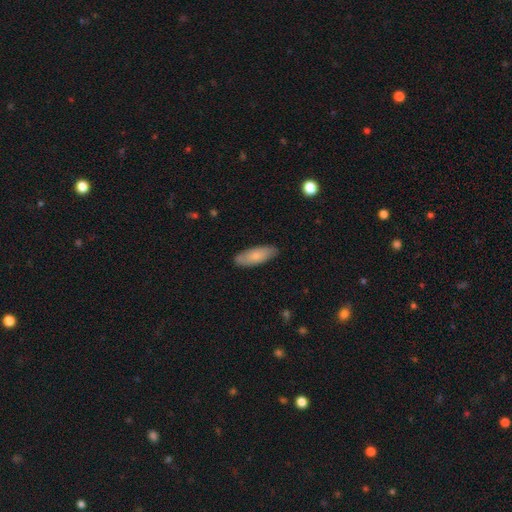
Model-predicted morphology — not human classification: type=smooth (76%); roundness=in between (66%); merging=none (84%).